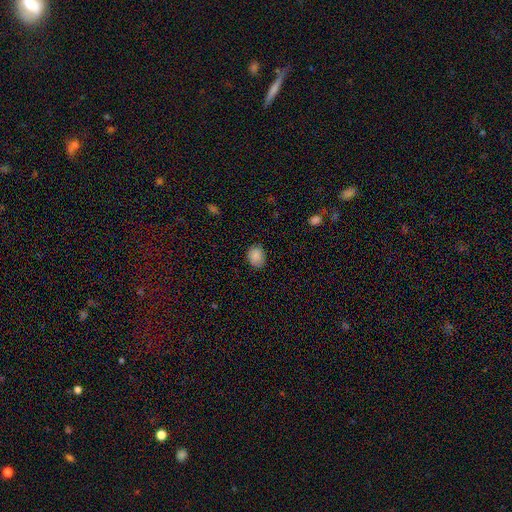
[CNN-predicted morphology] smooth_or_featured: smooth (p=0.88) [alt: star or artifact p=0.08]
how_rounded: in between (p=0.52) [alt: round p=0.47]
merging: none (p=0.83) [alt: minor disturbance p=0.14]